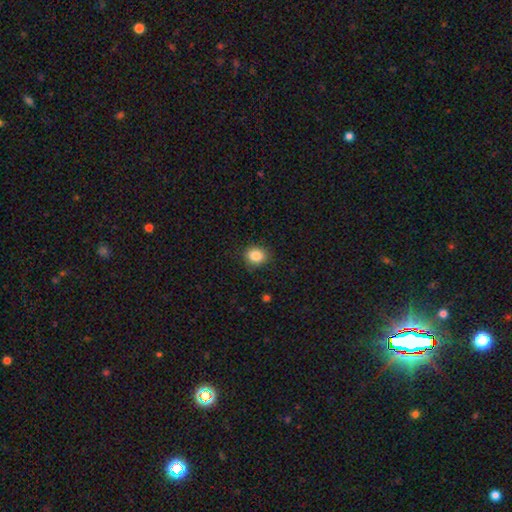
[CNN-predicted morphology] A smooth galaxy with no disk features (86%) that is round (68%).

Vote fractions:
- Smooth or featured? smooth: 86% / star or artifact: 9% / featured or disk: 4%
- How rounded? round: 68% / in between: 31% / cigar-shaped: 1%
- Merging? none: 85% / minor disturbance: 11% / major disturbance: 3% / merger: 1%